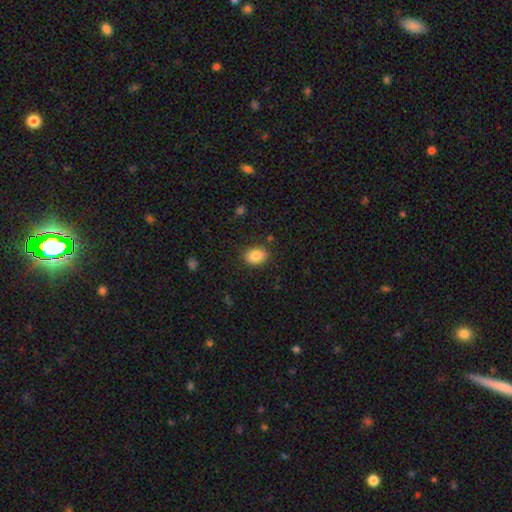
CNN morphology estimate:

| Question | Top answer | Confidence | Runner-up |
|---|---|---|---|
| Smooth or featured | smooth | 87% | star or artifact (8%) |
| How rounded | in between | 76% | round (23%) |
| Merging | none | 85% | minor disturbance (11%) |